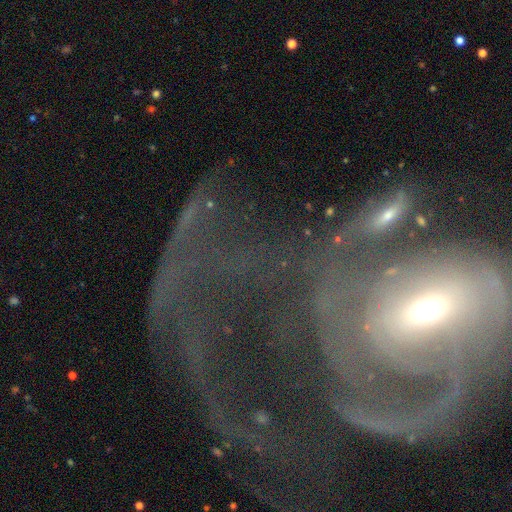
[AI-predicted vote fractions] This appears to be a featured or disk galaxy (70%) with no bar (51%), spiral arms (63%) and a moderate central bulge (52%). Merging: major disturbance (50%).